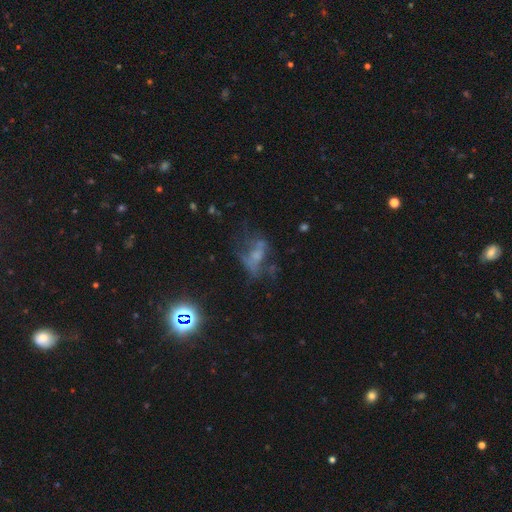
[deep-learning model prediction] featured or disk 48%, smooth 26%, star or artifact 26%. Down the decision tree: merging — none (41%).